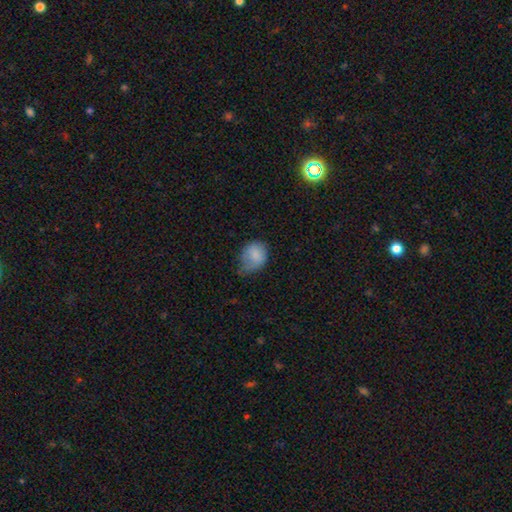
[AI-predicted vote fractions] smooth_or_featured: smooth (p=0.82) [alt: featured or disk p=0.10]
how_rounded: in between (p=0.55) [alt: round p=0.44]
merging: minor disturbance (p=0.46) [alt: none p=0.33]